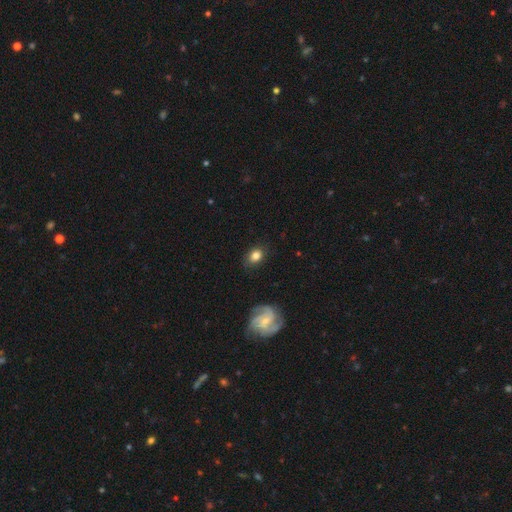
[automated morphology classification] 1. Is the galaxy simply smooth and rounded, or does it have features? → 74% smooth, 17% featured or disk, 9% star or artifact.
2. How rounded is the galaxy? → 51% in between, 48% round, 1% cigar-shaped.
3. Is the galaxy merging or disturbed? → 78% none, 16% minor disturbance, 5% major disturbance, 2% merger.